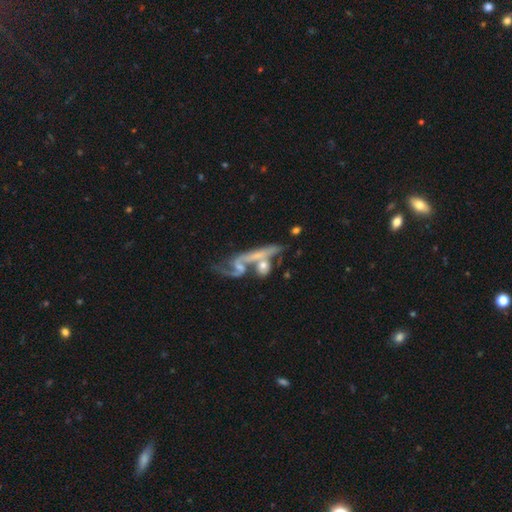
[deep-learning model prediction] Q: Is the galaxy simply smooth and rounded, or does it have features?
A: featured or disk — 64%.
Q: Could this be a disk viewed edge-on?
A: no — 73%.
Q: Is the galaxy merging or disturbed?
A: merger — 45%.